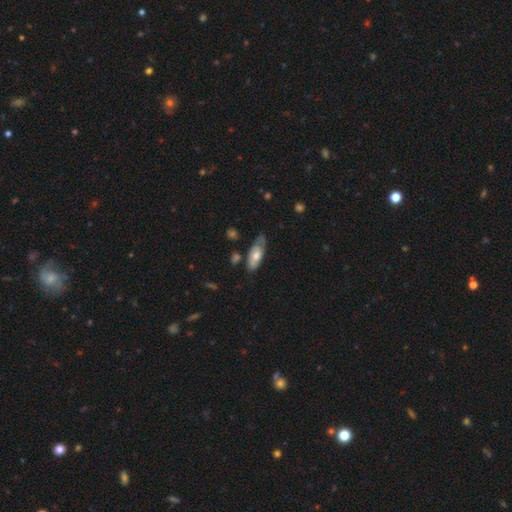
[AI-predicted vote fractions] Smooth or featured? Predicted: smooth (p=0.53). How rounded? Predicted: in between (p=0.79). Merging? Predicted: none (p=0.55).